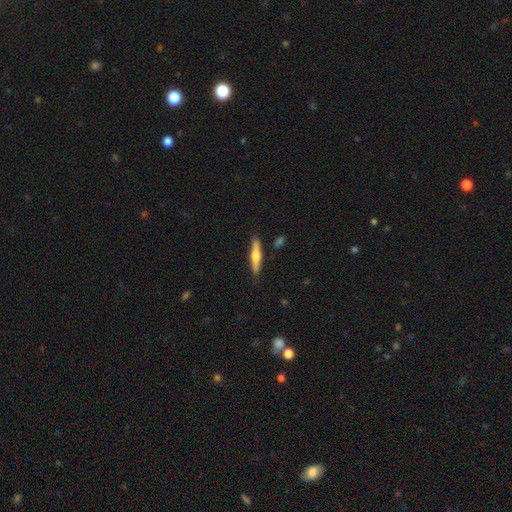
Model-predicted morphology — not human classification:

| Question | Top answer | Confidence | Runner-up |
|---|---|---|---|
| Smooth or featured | featured or disk | 48% | smooth (46%) |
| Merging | none | 85% | minor disturbance (10%) |